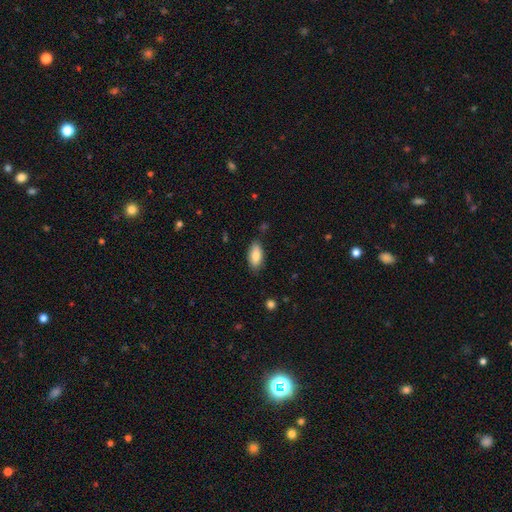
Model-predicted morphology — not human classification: smooth 84%, featured or disk 9%, star or artifact 7%. Down the decision tree: how rounded — in between (90%); merging — none (79%).